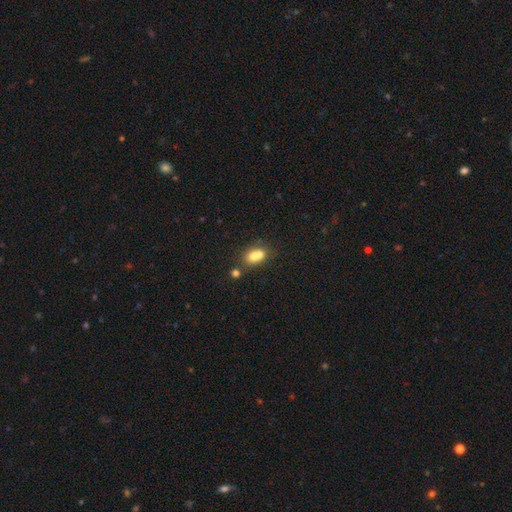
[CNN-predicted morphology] Smooth or featured? Predicted: smooth (p=0.71). How rounded? Predicted: in between (p=0.62). Merging? Predicted: merger (p=0.55).